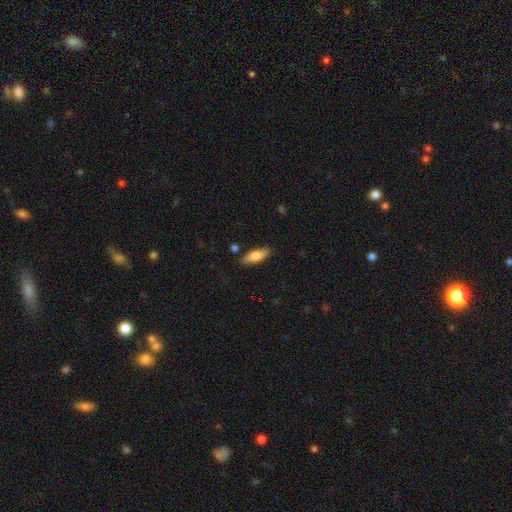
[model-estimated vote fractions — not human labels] Smooth or featured? smooth (80%)
How rounded? in between (65%)
Merging? none (83%)